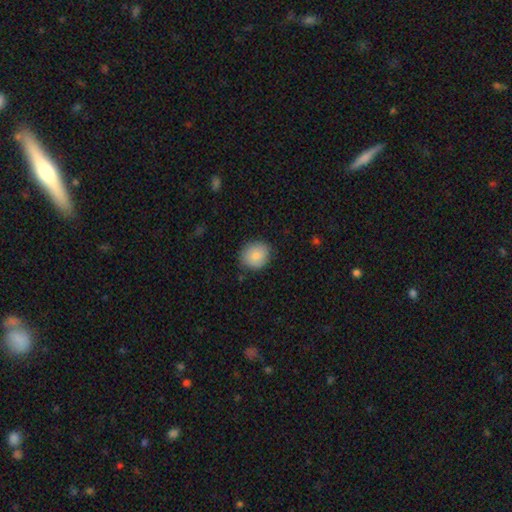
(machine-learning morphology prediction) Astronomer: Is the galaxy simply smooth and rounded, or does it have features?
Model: smooth — 85%.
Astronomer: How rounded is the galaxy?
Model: round — 73%.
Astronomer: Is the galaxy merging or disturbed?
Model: none — 83%.